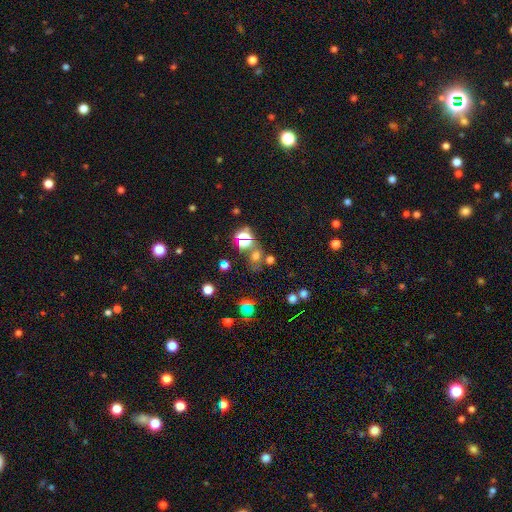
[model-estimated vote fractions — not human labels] Smooth or featured? smooth (45%)
Merging? none (58%)